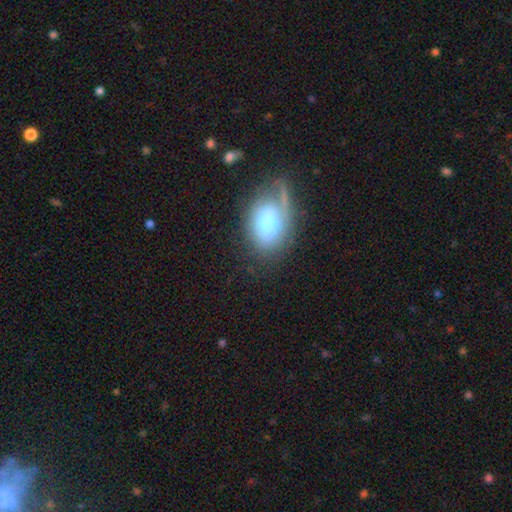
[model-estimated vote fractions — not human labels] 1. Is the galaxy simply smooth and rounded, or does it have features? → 47% smooth, 39% featured or disk, 14% star or artifact.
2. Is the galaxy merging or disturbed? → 55% none, 26% minor disturbance, 16% major disturbance, 4% merger.